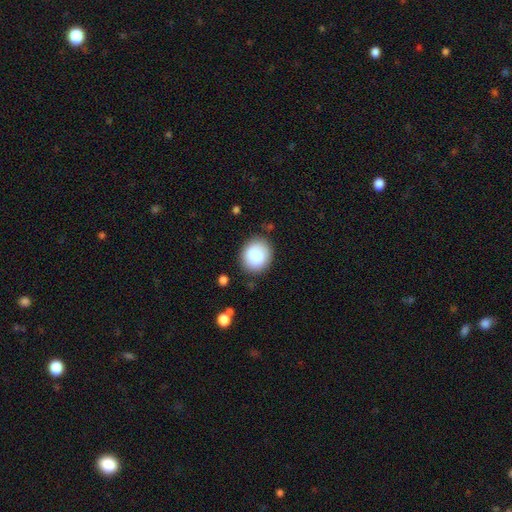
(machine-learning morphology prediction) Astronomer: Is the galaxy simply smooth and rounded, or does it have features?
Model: smooth — 84%.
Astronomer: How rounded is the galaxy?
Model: round — 74%.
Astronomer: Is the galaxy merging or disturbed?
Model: none — 83%.